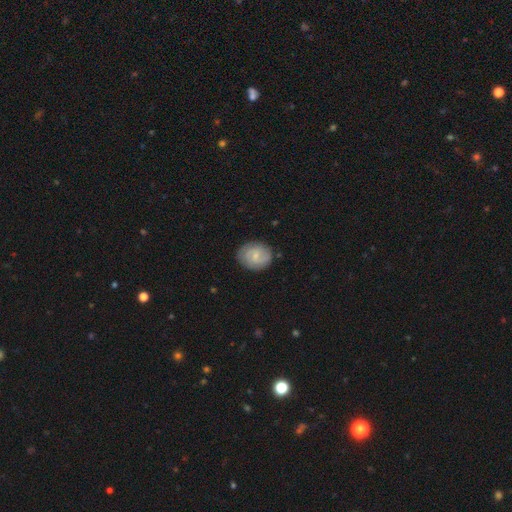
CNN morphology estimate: A featured or disk galaxy (52%) with a weak bar (56%), spiral arms (84%) and a small central bulge (62%).

Vote fractions:
- Smooth or featured? featured or disk: 52% / smooth: 42% / star or artifact: 6%
- Edge-on disk? no: 97% / yes: 3%
- Bar? weak: 56% / no: 35% / strong: 9%
- Spiral arms? yes: 84% / no: 16%
- Bulge size? small: 62% / moderate: 26% / none: 10% / large: 1% / dominant: 1%
- Merging? none: 81% / minor disturbance: 14% / major disturbance: 4% / merger: 1%